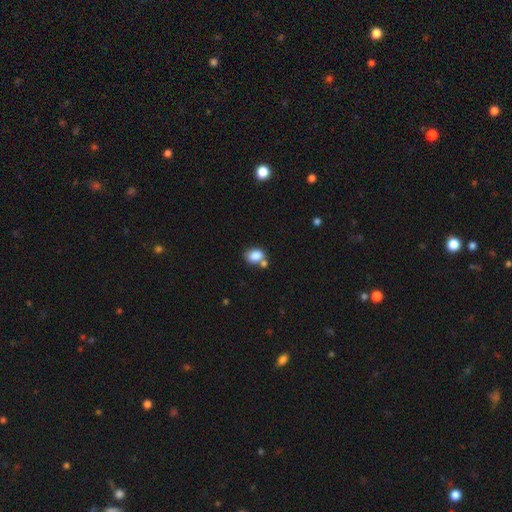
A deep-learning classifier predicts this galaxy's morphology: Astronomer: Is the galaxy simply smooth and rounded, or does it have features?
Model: smooth — 84%.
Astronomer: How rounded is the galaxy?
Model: in between — 66%.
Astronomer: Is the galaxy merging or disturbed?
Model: none — 51% (runner-up: merger, 31%).